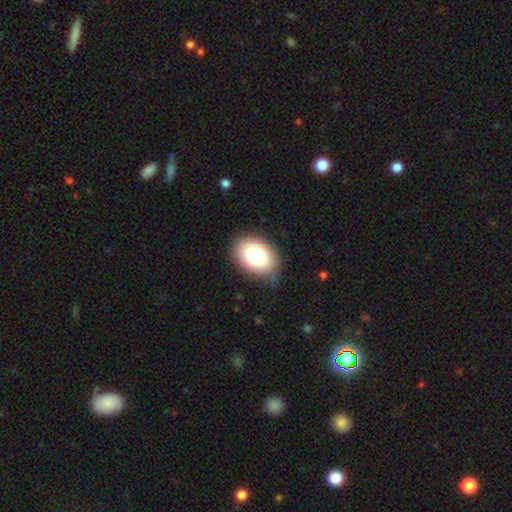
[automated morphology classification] smooth 82%, featured or disk 10%, star or artifact 7%. Down the decision tree: how rounded — in between (78%); merging — none (70%).